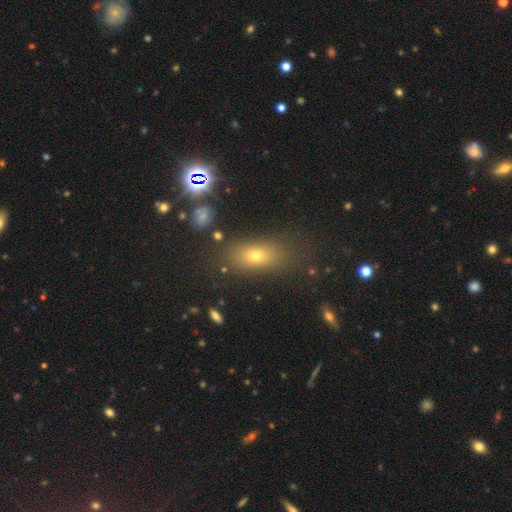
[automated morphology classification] smooth_or_featured: smooth (p=0.68) [alt: star or artifact p=0.18]
how_rounded: in between (p=0.76) [alt: cigar-shaped p=0.12]
merging: none (p=0.79) [alt: minor disturbance p=0.12]